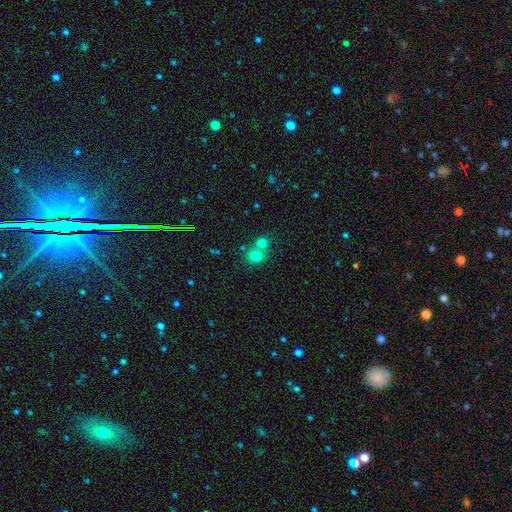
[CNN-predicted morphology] The model was most divided on "merging" (2-way tie): merger: 46%, none: 46%, minor disturbance: 6%, major disturbance: 2%. More confident: how rounded — round (82%); smooth or featured — smooth (76%).